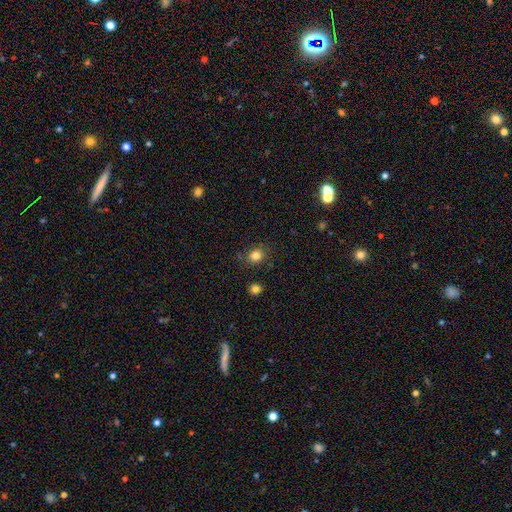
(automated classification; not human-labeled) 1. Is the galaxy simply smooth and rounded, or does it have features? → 83% smooth, 12% star or artifact, 6% featured or disk.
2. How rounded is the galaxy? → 66% round, 33% in between, 1% cigar-shaped.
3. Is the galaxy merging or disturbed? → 81% none, 12% minor disturbance, 4% merger, 3% major disturbance.